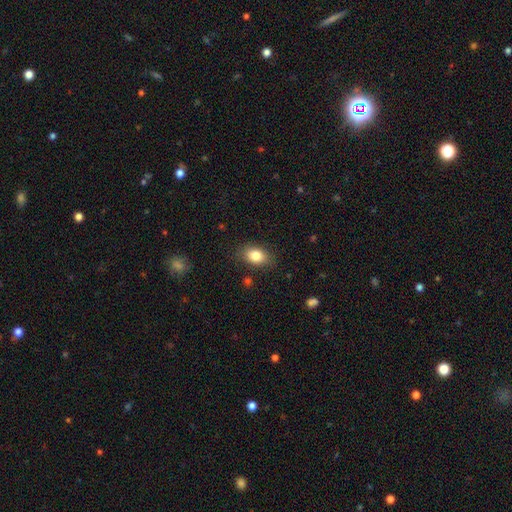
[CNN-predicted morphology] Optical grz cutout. It shows a smooth galaxy with no disk features (83%) that is in between round and cigar-shaped (79%). Merging: none (83%).